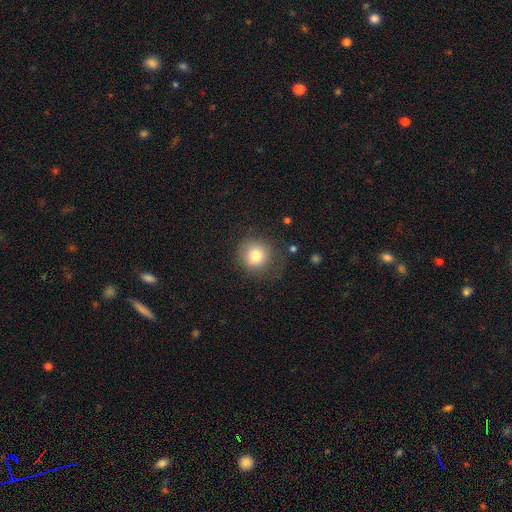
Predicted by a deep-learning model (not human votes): Smooth or featured: smooth — 78% (featured or disk — 11%)
How rounded: round — 89% (in between — 10%)
Merging: none — 71% (minor disturbance — 18%)